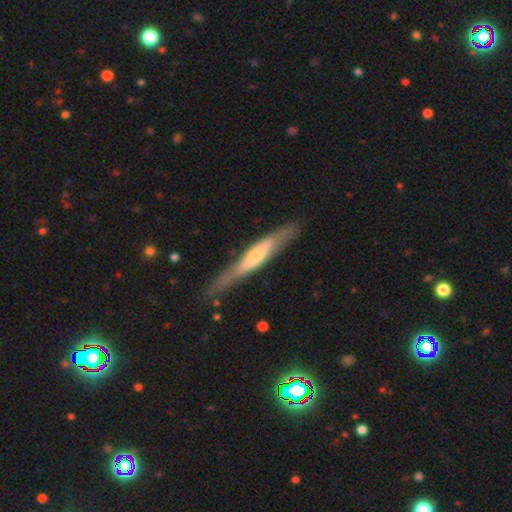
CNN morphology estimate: The model was most divided on "smooth or featured": featured or disk: 56%, smooth: 39%, star or artifact: 5%. More confident: edge-on disk — yes (87%); merging — none (78%).